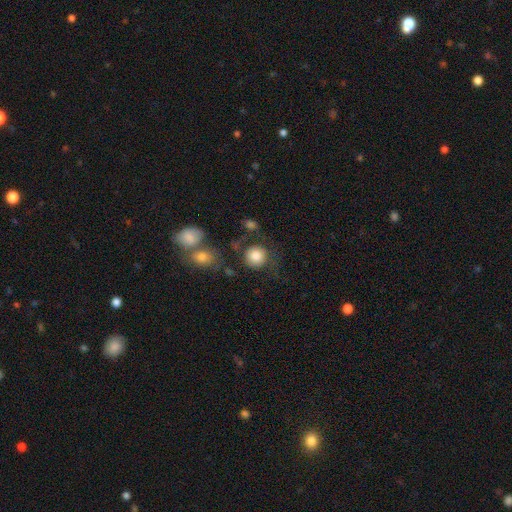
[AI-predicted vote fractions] smooth-or-featured: smooth: 83% | featured or disk: 9% | star or artifact: 8%
  how-rounded: round: 91% | in between: 8% | cigar-shaped: 1%
  merging: none: 67% | minor disturbance: 15% | major disturbance: 10% | merger: 9%